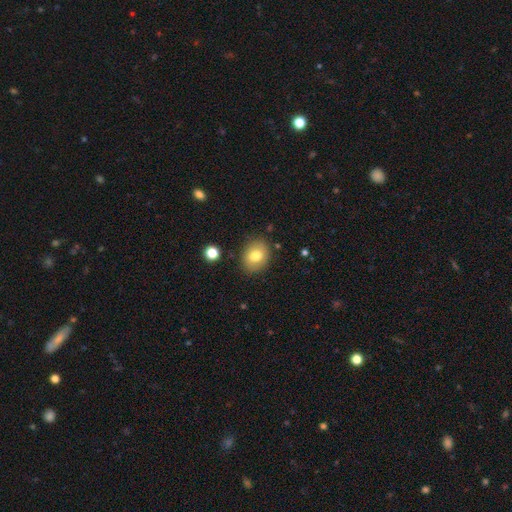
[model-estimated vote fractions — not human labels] Smooth or featured?
  - smooth: 76% *
  - featured or disk: 14%
  - star or artifact: 9%
How rounded?
  - round: 55% *
  - in between: 44%
  - cigar-shaped: 1%
Merging?
  - none: 85% *
  - minor disturbance: 10%
  - major disturbance: 3%
  - merger: 2%